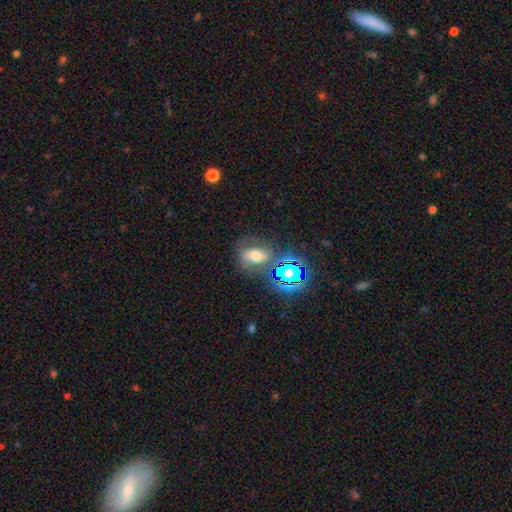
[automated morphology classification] Smooth or featured? smooth (37%, tied with featured or disk)
Merging? none (66%)